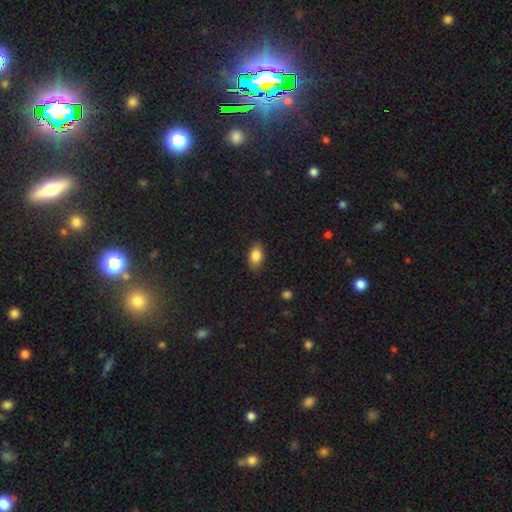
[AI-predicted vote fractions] Smooth or featured?
  - smooth: 84% *
  - star or artifact: 8%
  - featured or disk: 8%
How rounded?
  - in between: 87% *
  - round: 10%
  - cigar-shaped: 3%
Merging?
  - none: 85% *
  - minor disturbance: 11%
  - major disturbance: 2%
  - merger: 1%